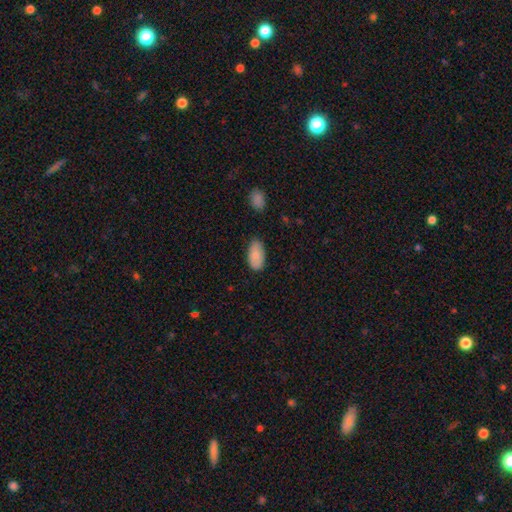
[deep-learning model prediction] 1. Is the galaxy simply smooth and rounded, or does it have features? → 86% smooth, 7% star or artifact, 7% featured or disk.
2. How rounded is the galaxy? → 95% in between, 3% round, 3% cigar-shaped.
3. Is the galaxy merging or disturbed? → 73% none, 21% minor disturbance, 4% major disturbance, 2% merger.